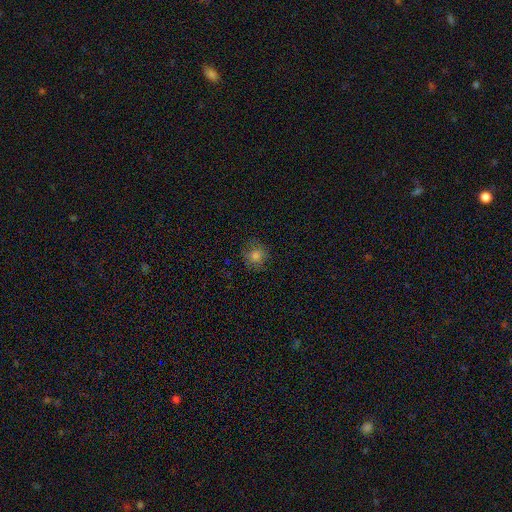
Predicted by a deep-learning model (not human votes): Q: Smooth or featured?
A: smooth (77%); runner-up: star or artifact (14%)
Q: How rounded?
A: round (86%); runner-up: in between (13%)
Q: Merging?
A: none (83%); runner-up: minor disturbance (13%)